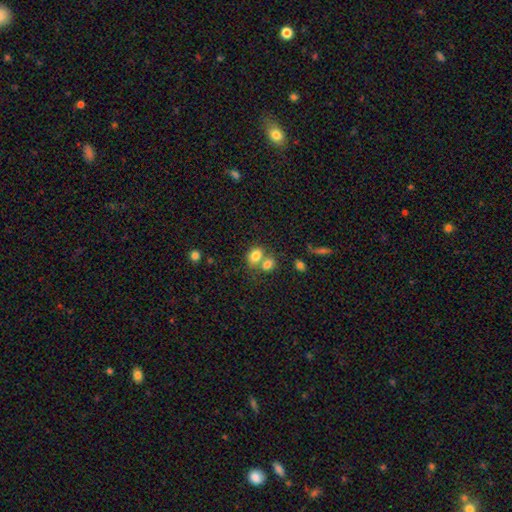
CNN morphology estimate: Q: Smooth or featured?
A: smooth (79%); runner-up: star or artifact (10%)
Q: How rounded?
A: in between (71%); runner-up: round (28%)
Q: Merging?
A: merger (50%); runner-up: none (36%)